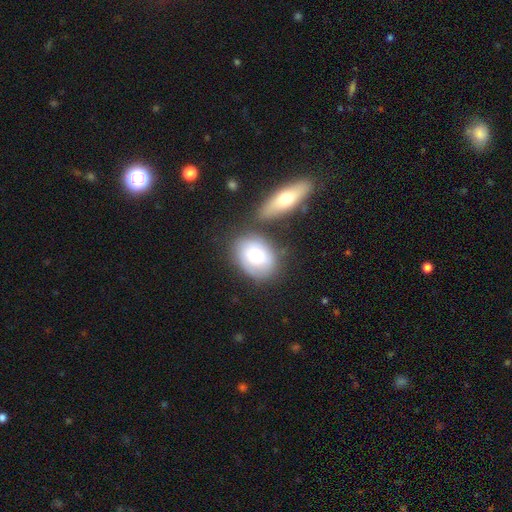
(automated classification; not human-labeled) Smooth or featured: smooth — 67% (featured or disk — 26%)
How rounded: in between — 63% (round — 36%)
Merging: none — 61% (merger — 18%)